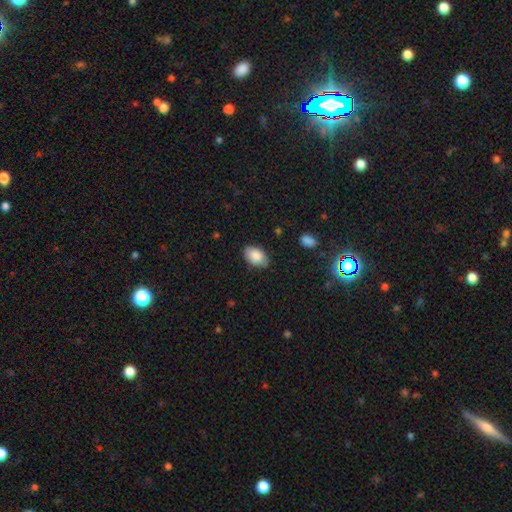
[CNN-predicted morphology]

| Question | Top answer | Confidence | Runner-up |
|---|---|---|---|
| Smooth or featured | smooth | 86% | featured or disk (8%) |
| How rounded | in between | 90% | round (9%) |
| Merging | none | 80% | minor disturbance (16%) |